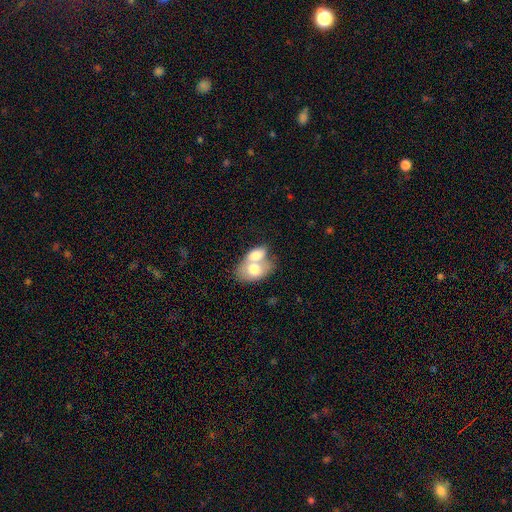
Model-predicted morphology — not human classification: Overall: smooth (69%). How rounded: in between (81%). Merging: merger (75%).